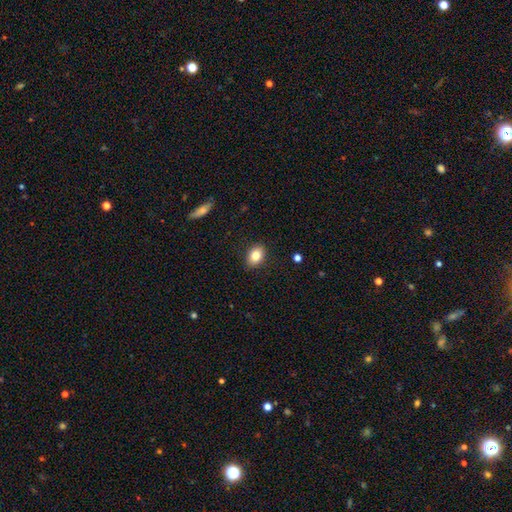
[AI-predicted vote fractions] The model was most divided on "how rounded": in between: 80%, round: 19%, cigar-shaped: 1%. More confident: merging — none (88%); smooth or featured — smooth (81%).